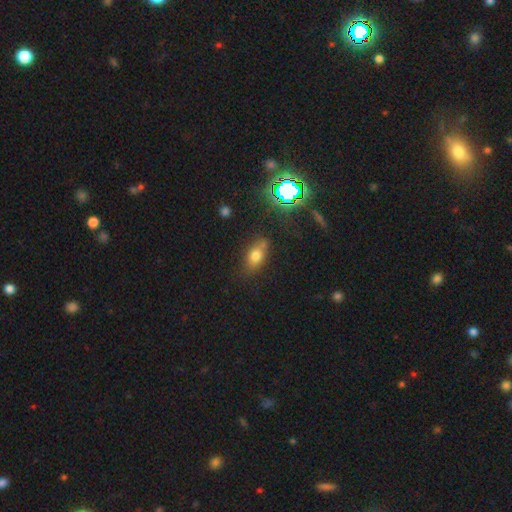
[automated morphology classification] Smooth or featured? Predicted: smooth (p=0.70). How rounded? Predicted: in between (p=0.79). Merging? Predicted: none (p=0.68).